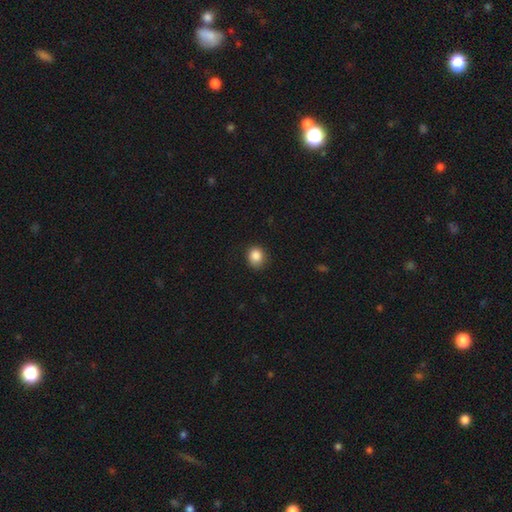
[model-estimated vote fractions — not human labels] smooth_or_featured: smooth (p=0.86) [alt: star or artifact p=0.10]
how_rounded: round (p=0.75) [alt: in between p=0.24]
merging: none (p=0.81) [alt: minor disturbance p=0.15]